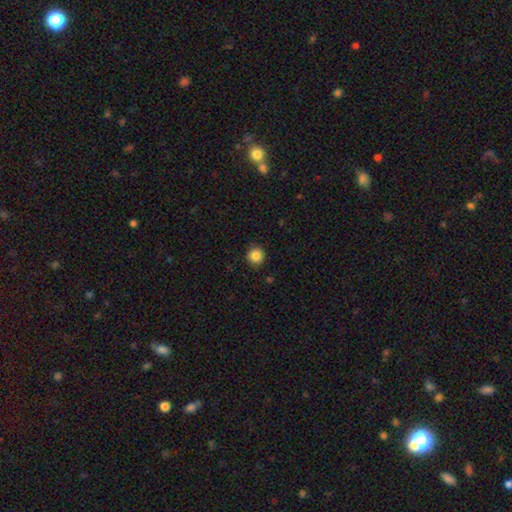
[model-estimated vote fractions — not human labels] A smooth galaxy with no disk features (86%) that is round (94%). Merging: none (91%).